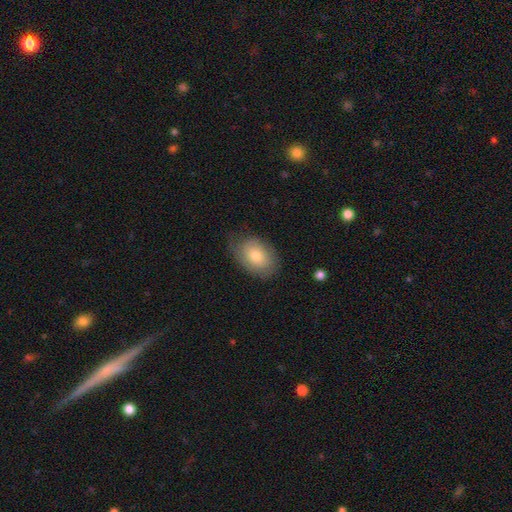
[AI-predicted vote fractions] Morphology: type=smooth (72%); roundness=in between (79%); merging=none (71%).